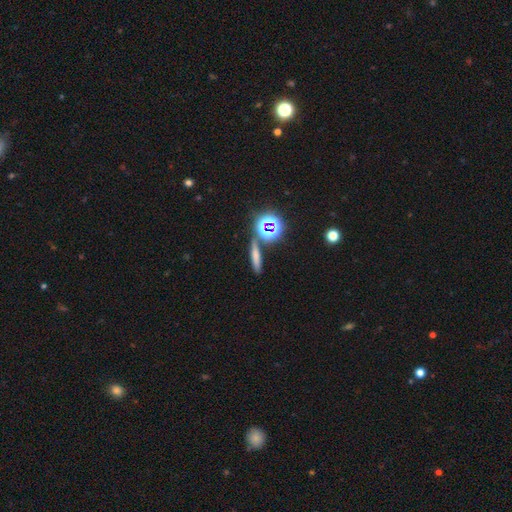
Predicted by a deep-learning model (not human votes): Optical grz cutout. It shows a smooth galaxy with no disk features (60%) that is cigar-shaped (76%). Merging: none (74%).